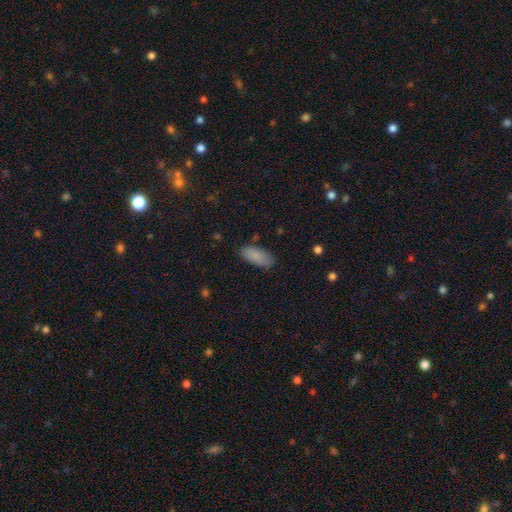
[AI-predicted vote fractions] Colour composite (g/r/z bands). It shows a smooth galaxy with no disk features (88%) that is in between round and cigar-shaped (85%). Merging: none (83%).